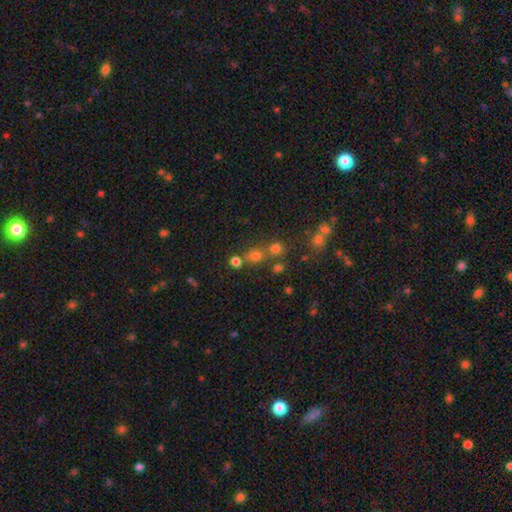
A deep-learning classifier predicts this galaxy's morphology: This appears to be a smooth galaxy with no disk features (55%) that is round (86%). Merging: none (64%).